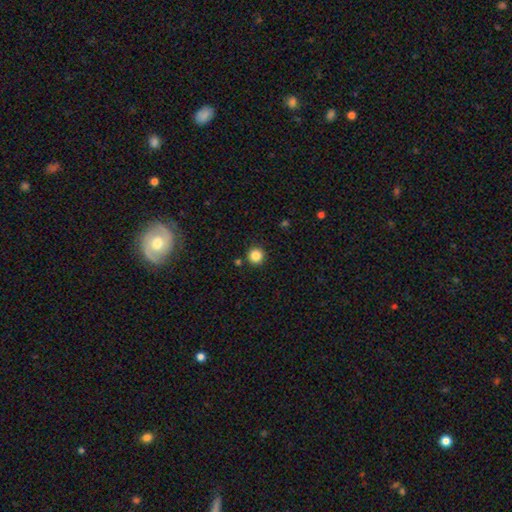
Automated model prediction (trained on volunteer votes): Smooth or featured: smooth — 85% (star or artifact — 11%)
How rounded: round — 96% (in between — 3%)
Merging: none — 90% (minor disturbance — 5%)